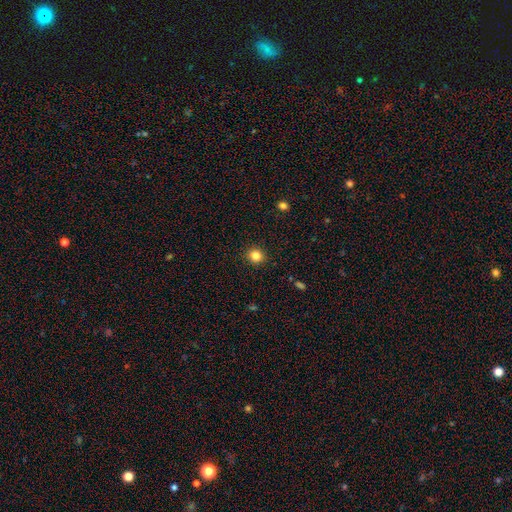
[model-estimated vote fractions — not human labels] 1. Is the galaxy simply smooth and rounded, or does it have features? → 84% smooth, 12% star or artifact, 5% featured or disk.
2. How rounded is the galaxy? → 87% round, 12% in between, 1% cigar-shaped.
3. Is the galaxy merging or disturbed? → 92% none, 5% minor disturbance, 2% major disturbance, 1% merger.